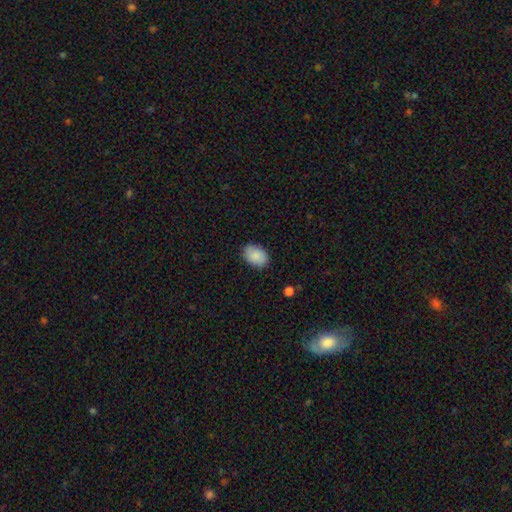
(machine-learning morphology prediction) A smooth galaxy with no disk features (87%) that is in between round and cigar-shaped (84%).

Vote fractions:
- Smooth or featured? smooth: 87% / featured or disk: 6% / star or artifact: 6%
- How rounded? in between: 84% / round: 15% / cigar-shaped: 1%
- Merging? none: 86% / minor disturbance: 10% / major disturbance: 2% / merger: 1%